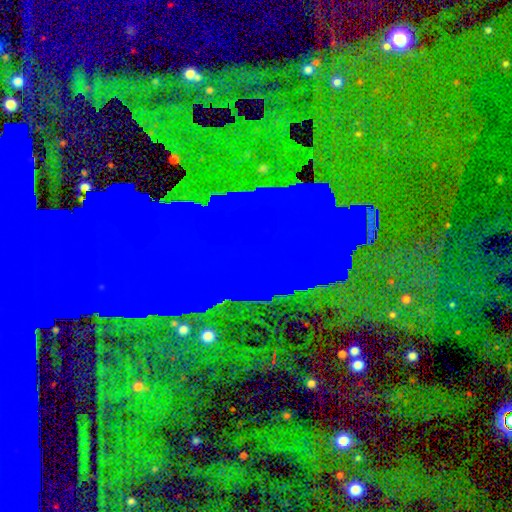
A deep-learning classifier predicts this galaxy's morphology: A star or artifact, not a galaxy (80%).